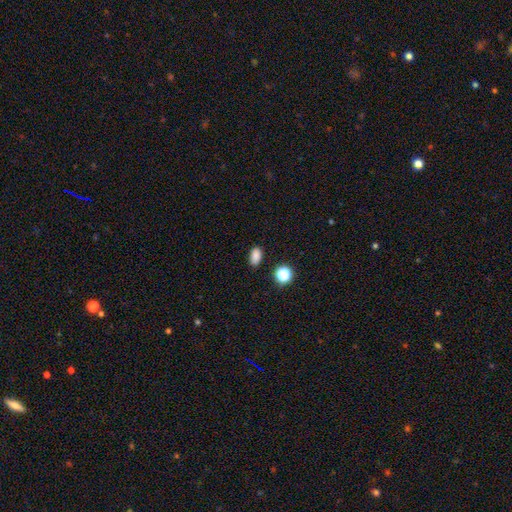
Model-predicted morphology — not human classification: smooth_or_featured: smooth (p=0.84) [alt: star or artifact p=0.13]
how_rounded: in between (p=0.86) [alt: round p=0.12]
merging: none (p=0.86) [alt: minor disturbance p=0.09]